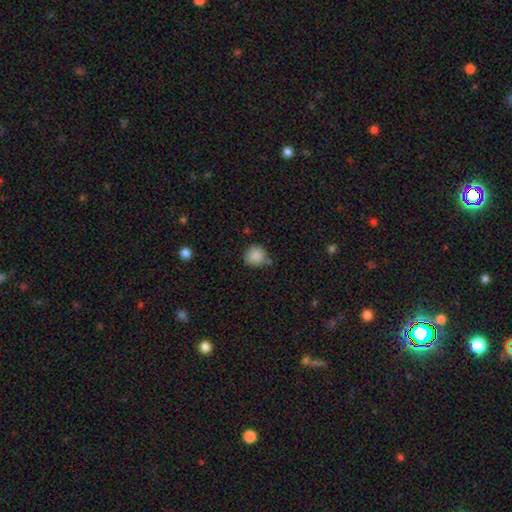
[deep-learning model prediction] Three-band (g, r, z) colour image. It shows a smooth galaxy with no disk features (86%) that is round (88%). Merging: none (60%).